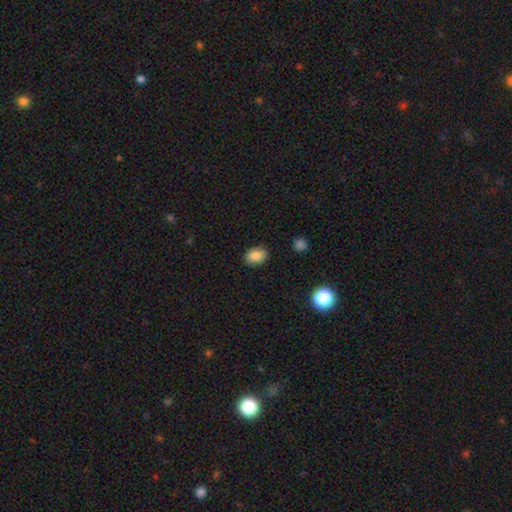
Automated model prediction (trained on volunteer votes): Morphology: type=smooth (85%); roundness=in between (78%); merging=none (87%).